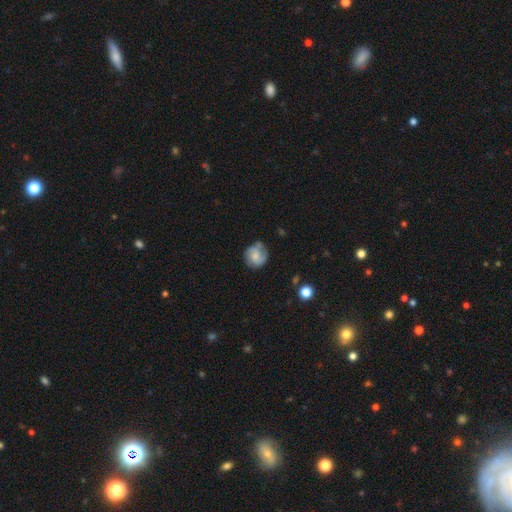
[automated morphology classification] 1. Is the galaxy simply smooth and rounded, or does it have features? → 48% featured or disk, 44% smooth, 8% star or artifact.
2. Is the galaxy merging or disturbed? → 66% none, 23% minor disturbance, 9% major disturbance, 3% merger.